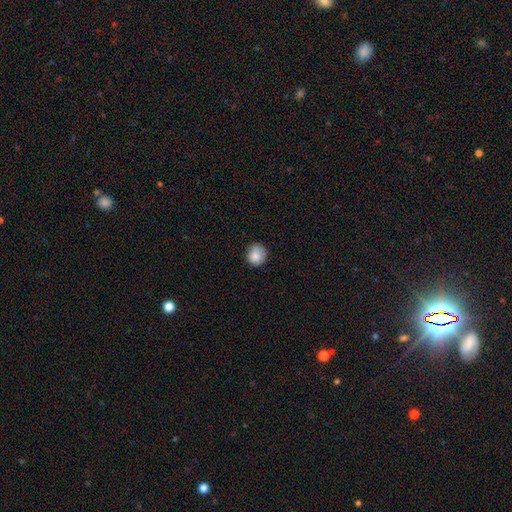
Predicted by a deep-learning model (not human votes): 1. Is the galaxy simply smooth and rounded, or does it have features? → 85% smooth, 9% star or artifact, 7% featured or disk.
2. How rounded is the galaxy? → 83% round, 16% in between, 1% cigar-shaped.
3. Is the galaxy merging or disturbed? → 76% none, 19% minor disturbance, 4% major disturbance, 1% merger.